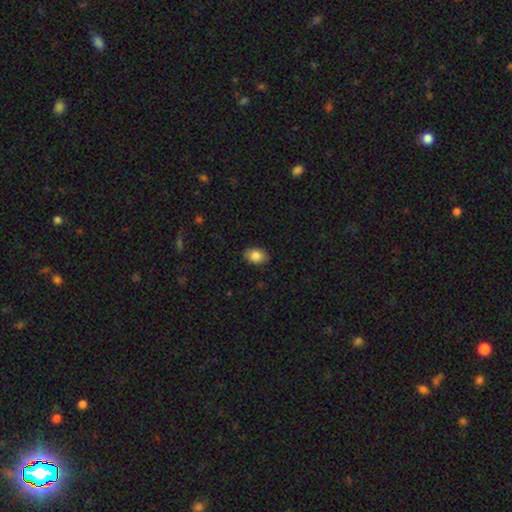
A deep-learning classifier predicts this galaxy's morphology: Smooth or featured? smooth (86%)
How rounded? in between (81%)
Merging? none (89%)